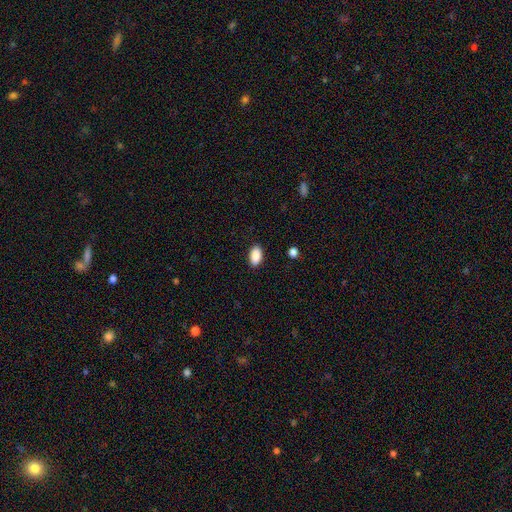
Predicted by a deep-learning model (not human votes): Morphology: type=smooth (90%); roundness=in between (93%); merging=none (89%).